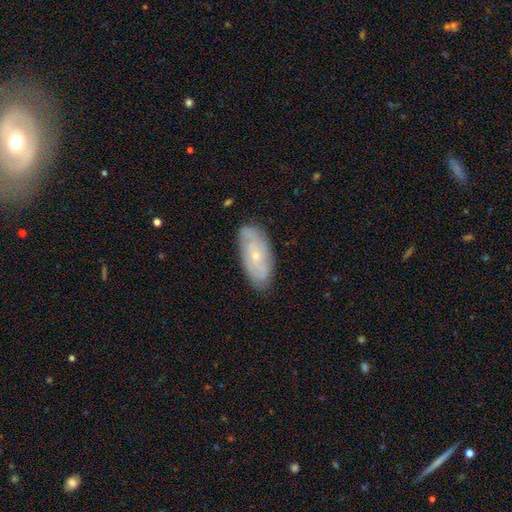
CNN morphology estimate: This appears to be a featured or disk galaxy (60%) with no bar (79%), spiral arms (75%) and a small central bulge (74%). Merging: none (80%).